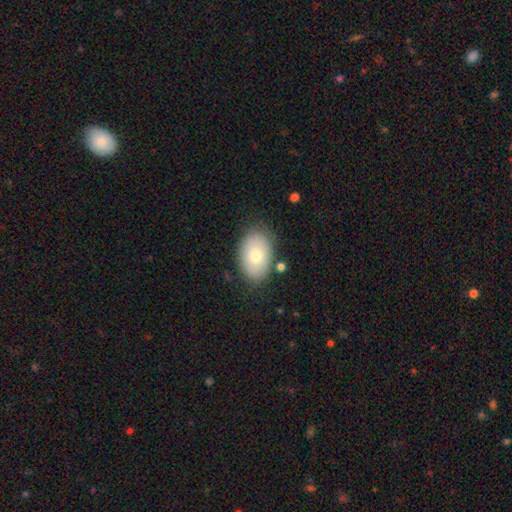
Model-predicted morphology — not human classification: type=smooth (74%); roundness=in between (87%); merging=none (81%).